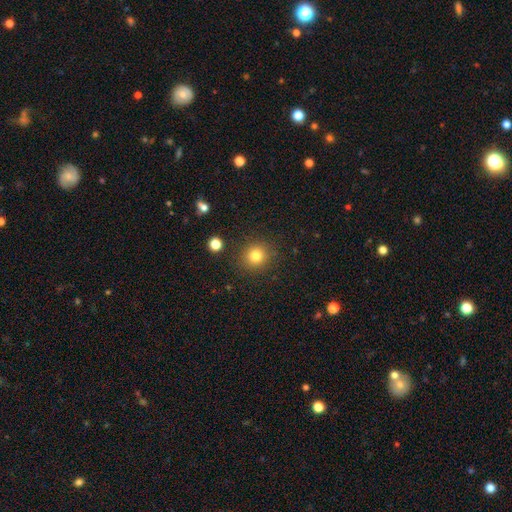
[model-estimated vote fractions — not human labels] Morphology: type=smooth (81%); roundness=round (90%); merging=none (88%).